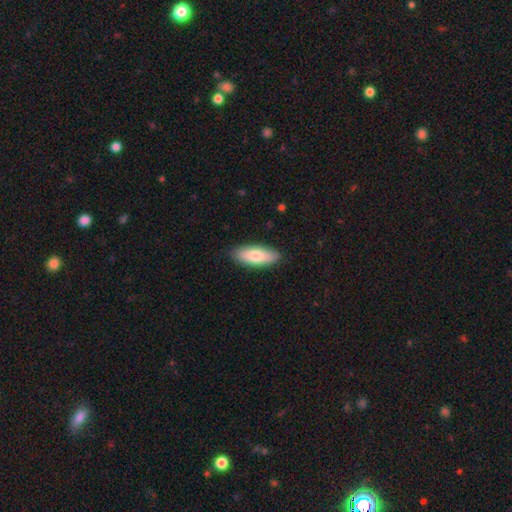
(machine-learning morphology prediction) type=smooth (76%); roundness=in between (74%); merging=none (87%).